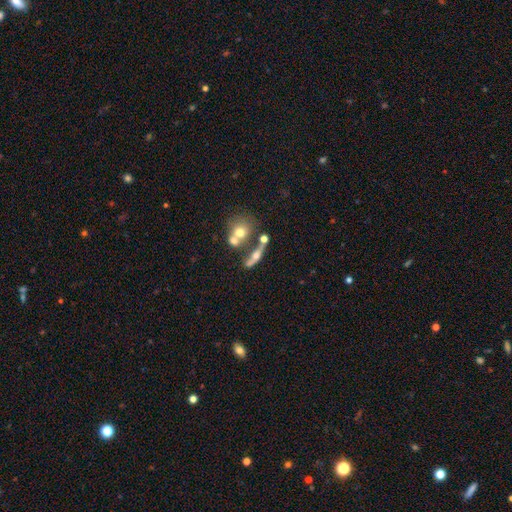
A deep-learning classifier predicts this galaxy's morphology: Smooth or featured: featured or disk — 57% (smooth — 33%)
Edge-on disk: yes — 75% (no — 25%)
Merging: none — 48% (merger — 31%)